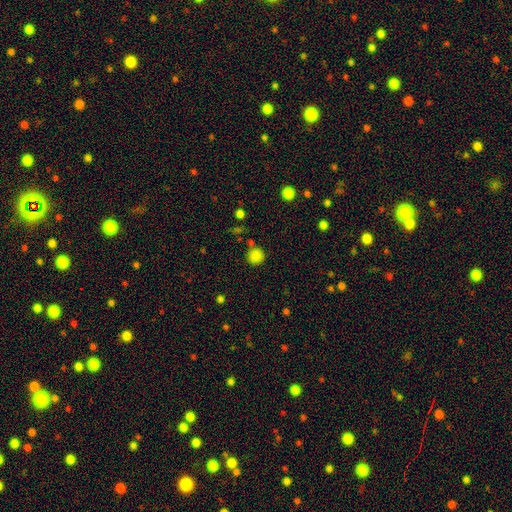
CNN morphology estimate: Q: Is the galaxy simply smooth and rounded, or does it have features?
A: smooth — 82%.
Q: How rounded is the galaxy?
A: round — 90%.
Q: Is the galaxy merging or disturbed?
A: none — 77%.